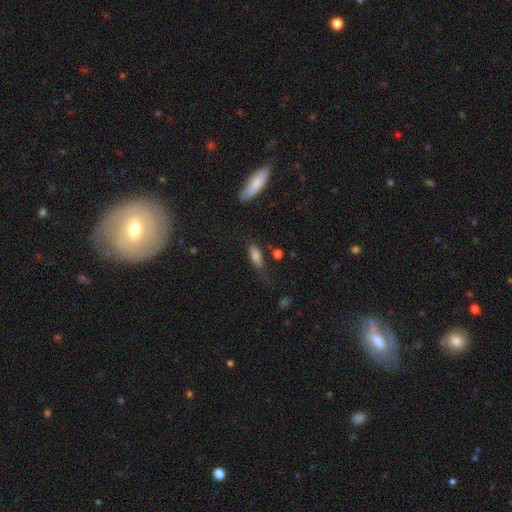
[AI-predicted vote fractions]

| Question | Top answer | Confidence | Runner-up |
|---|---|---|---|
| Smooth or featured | smooth | 77% | featured or disk (14%) |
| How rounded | in between | 70% | cigar-shaped (26%) |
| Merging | none | 53% | minor disturbance (28%) |